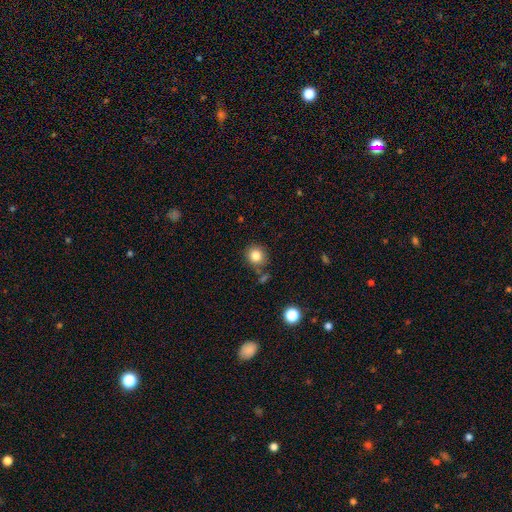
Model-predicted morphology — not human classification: smooth 83%, star or artifact 11%, featured or disk 6%. Down the decision tree: how rounded — round (89%); merging — none (83%).